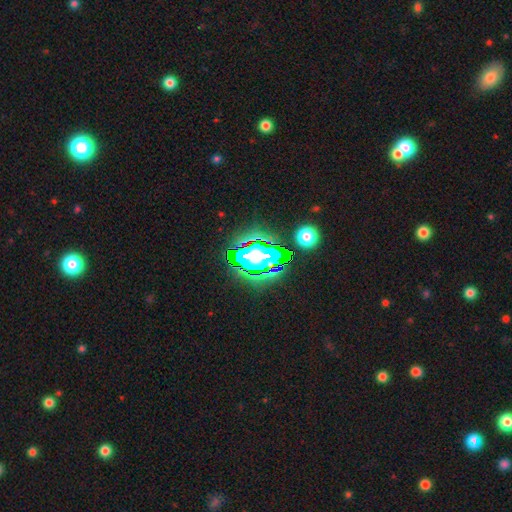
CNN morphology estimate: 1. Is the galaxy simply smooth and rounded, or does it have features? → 54% star or artifact, 26% smooth, 20% featured or disk.